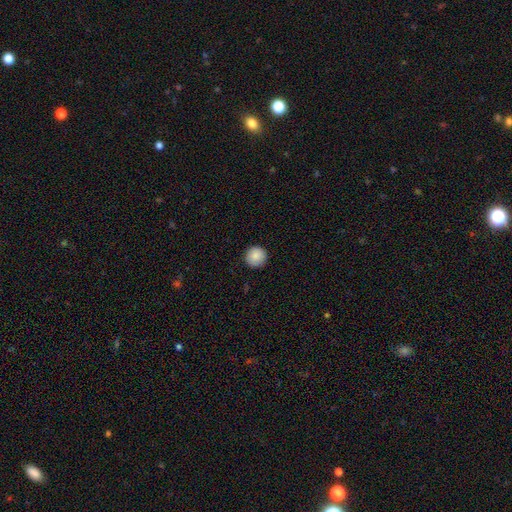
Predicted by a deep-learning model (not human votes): This is clearly a smooth galaxy (88%). How rounded: clearly round (96%). Merging: clearly none (91%).